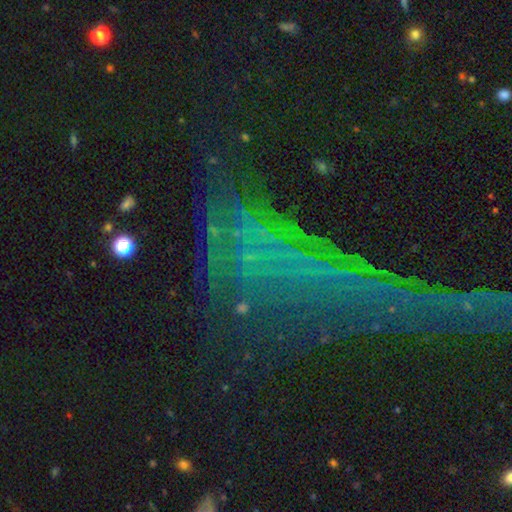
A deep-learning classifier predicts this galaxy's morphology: type=star or artifact (68%).